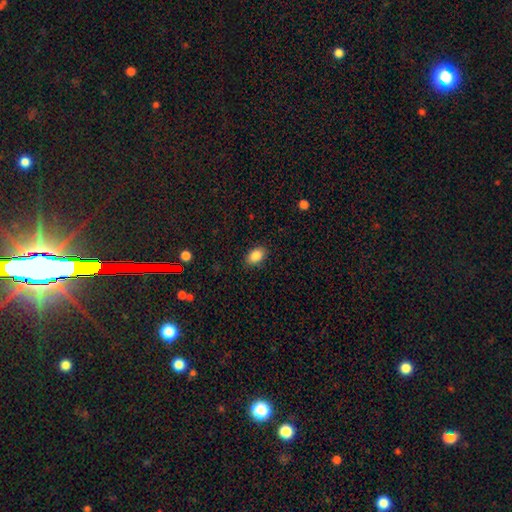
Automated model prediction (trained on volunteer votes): The model was most divided on "how rounded": in between: 86%, round: 12%, cigar-shaped: 1%. More confident: smooth or featured — smooth (88%); merging — none (87%).